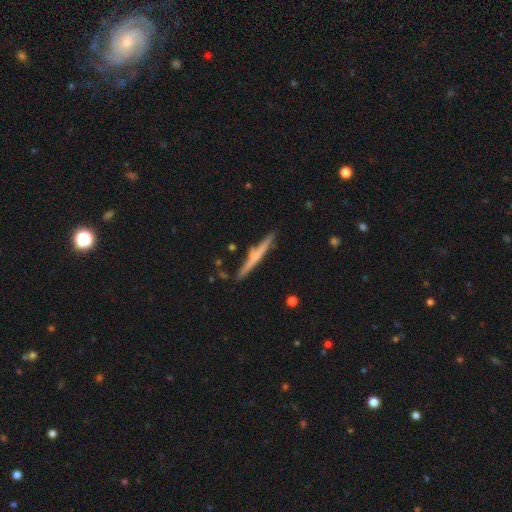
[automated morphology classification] A featured or disk galaxy (56%) viewed edge-on (97%) with no central bulge (54%). Merging: none (83%).